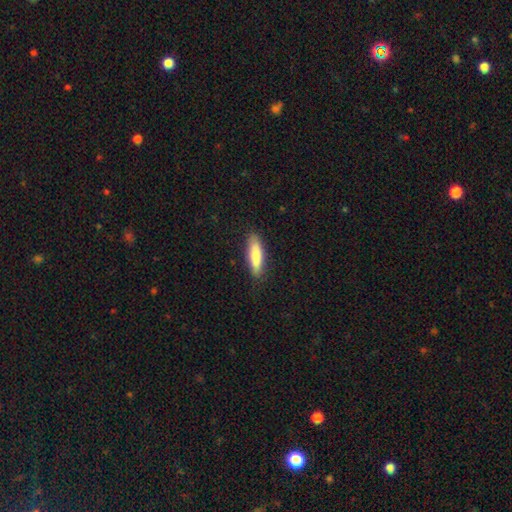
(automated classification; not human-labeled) Smooth or featured? smooth (78%)
How rounded? cigar-shaped (63%)
Merging? none (86%)